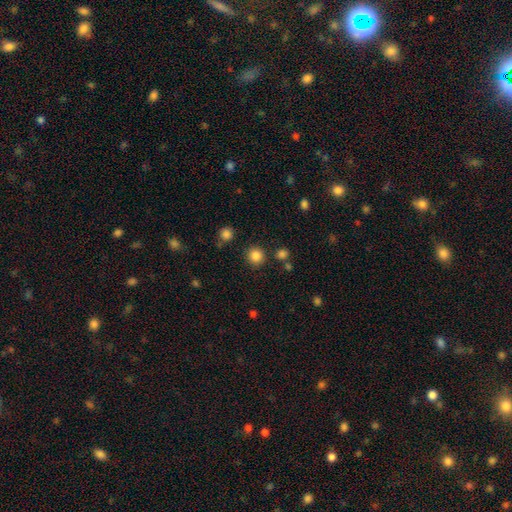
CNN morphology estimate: Q: Smooth or featured?
A: smooth (85%); runner-up: star or artifact (11%)
Q: How rounded?
A: round (93%); runner-up: in between (6%)
Q: Merging?
A: none (88%); runner-up: minor disturbance (6%)